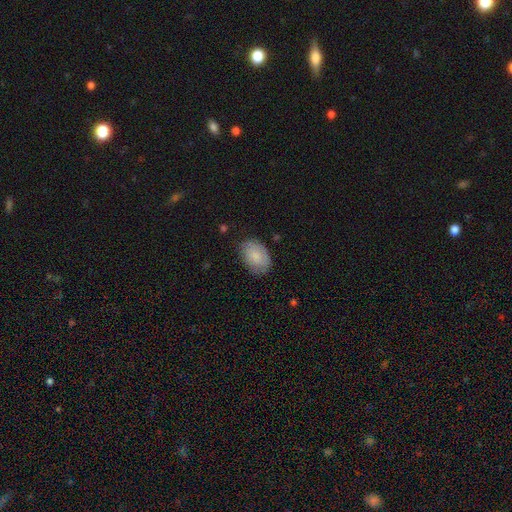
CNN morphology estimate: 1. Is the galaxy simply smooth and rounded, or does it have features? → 83% smooth, 11% featured or disk, 6% star or artifact.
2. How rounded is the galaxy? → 86% in between, 13% round, 1% cigar-shaped.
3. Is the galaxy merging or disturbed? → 77% none, 18% minor disturbance, 4% major disturbance, 1% merger.